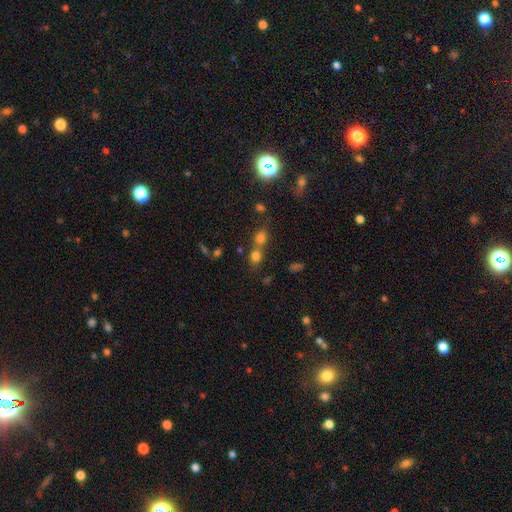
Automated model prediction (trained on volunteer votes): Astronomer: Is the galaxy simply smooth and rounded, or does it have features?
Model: smooth — 72%.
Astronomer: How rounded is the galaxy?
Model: round — 72%.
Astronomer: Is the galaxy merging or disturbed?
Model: merger — 48% (runner-up: none, 41%).